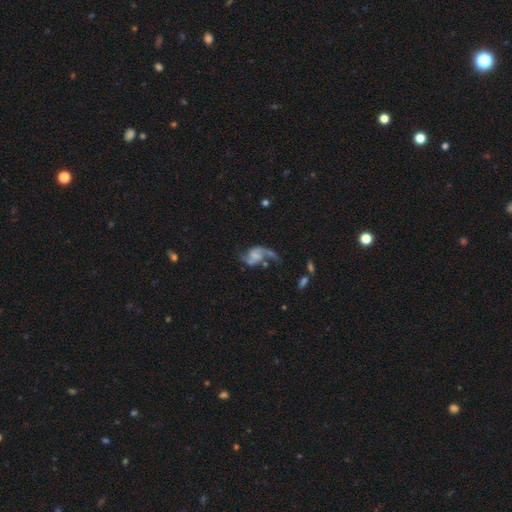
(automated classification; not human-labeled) smooth-or-featured: featured or disk: 83% | smooth: 10% | star or artifact: 7%
  disk-edge-on: no: 98% | yes: 2%
    bar: no: 58% | weak: 33% | strong: 9%
    has-spiral-arms: yes: 94% | no: 6%
      spiral-winding: loose: 75% | medium: 21% | tight: 4%
      spiral-arm-count: 2: 89% | 1: 6% | can't tell: 2% | 3: 1% | 4: 1% | more than 4: 1%
    bulge-size: none: 47% | small: 28% | moderate: 15% | large: 7% | dominant: 2%
  merging: none: 51% | major disturbance: 22% | minor disturbance: 18% | merger: 9%